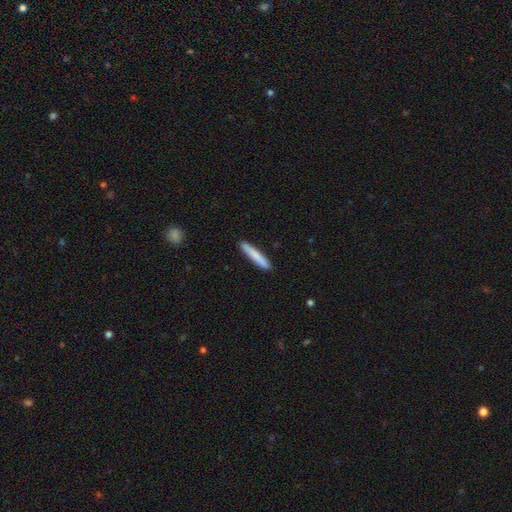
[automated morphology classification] Overall: smooth (81%). How rounded: cigar-shaped (94%). Merging: none (91%).